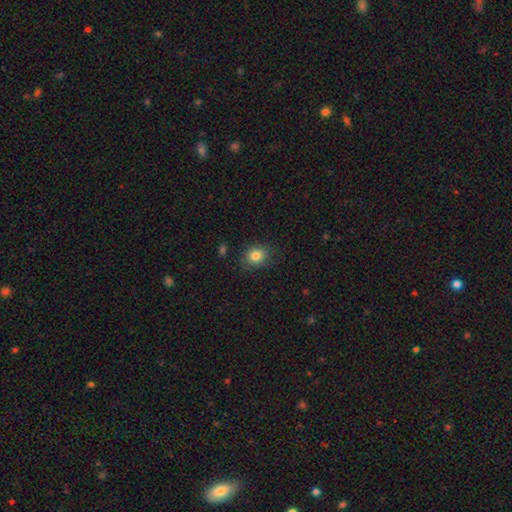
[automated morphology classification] Smooth or featured? Predicted: smooth (p=0.83). How rounded? Predicted: round (p=0.66). Merging? Predicted: none (p=0.83).